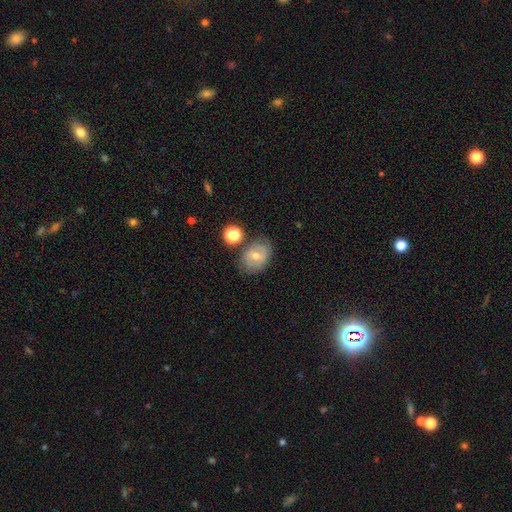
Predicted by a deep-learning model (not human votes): Smooth or featured? featured or disk (46%)
Merging? none (75%)